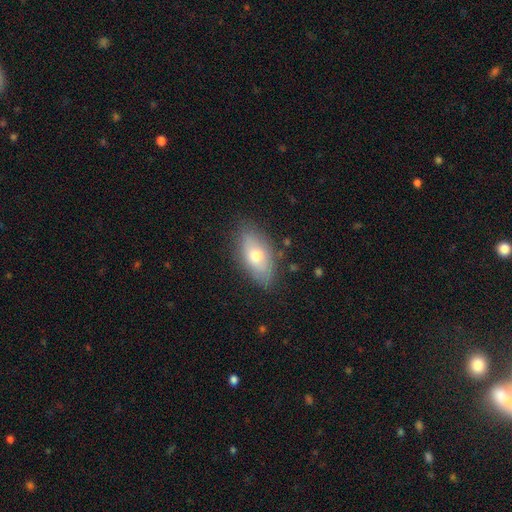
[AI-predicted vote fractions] A smooth galaxy with no disk features (66%) that is in between round and cigar-shaped (89%).

Vote fractions:
- Smooth or featured? smooth: 66% / featured or disk: 27% / star or artifact: 7%
- How rounded? in between: 89% / cigar-shaped: 6% / round: 5%
- Merging? none: 81% / minor disturbance: 14% / major disturbance: 3% / merger: 1%